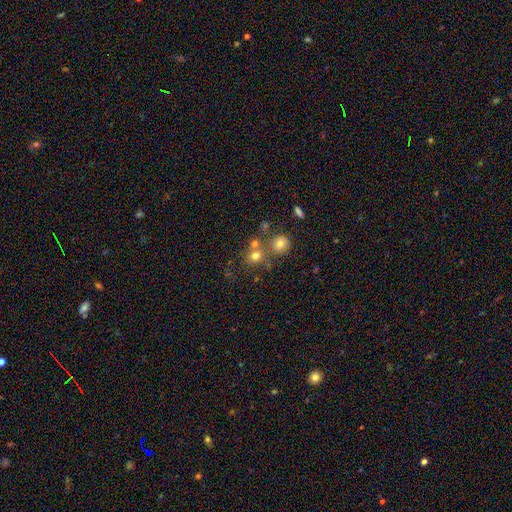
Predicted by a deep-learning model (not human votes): Smooth or featured: smooth — 72% (star or artifact — 17%)
How rounded: round — 83% (in between — 16%)
Merging: none — 57% (merger — 30%)